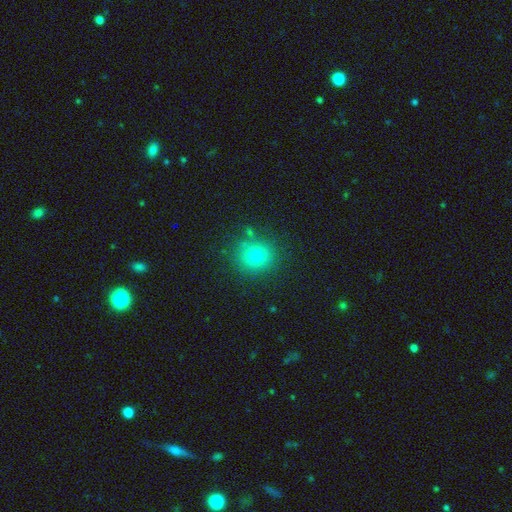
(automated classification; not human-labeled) A smooth galaxy with no disk features (76%) that is round (87%). Merging: none (83%).